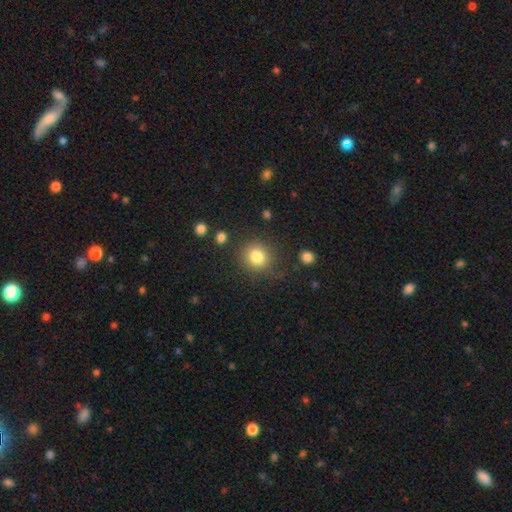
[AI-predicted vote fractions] This appears to be a smooth galaxy with no disk features (82%) that is round (86%). Merging: none (83%).